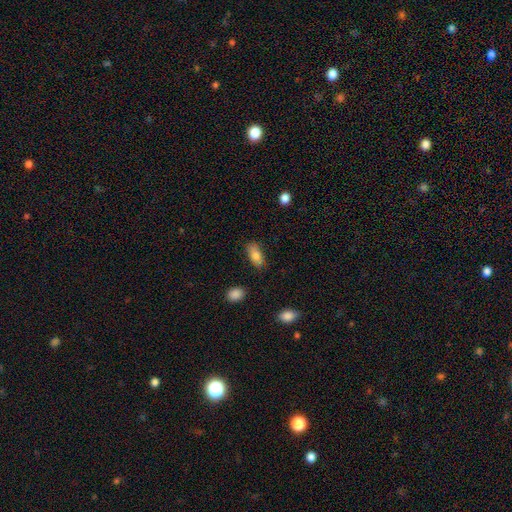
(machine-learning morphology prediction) type=smooth (81%); roundness=in between (87%); merging=none (82%).